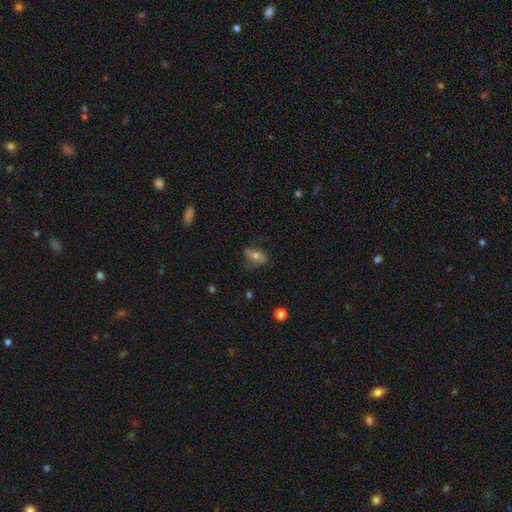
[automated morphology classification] This appears to be a featured or disk galaxy (55%) with no bar (55%), spiral arms (81%) and a moderate central bulge (59%). Merging: none (64%).